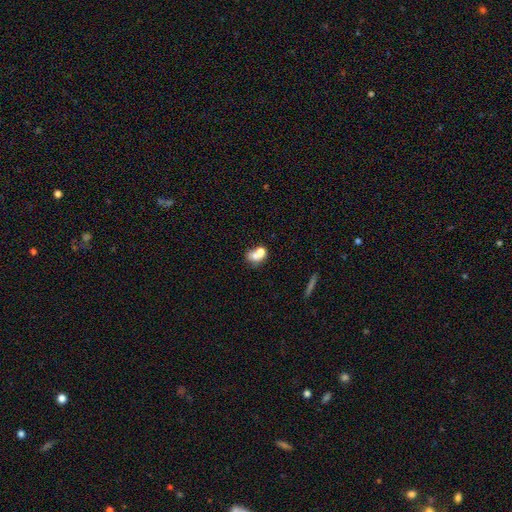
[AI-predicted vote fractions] smooth 65%, featured or disk 24%, star or artifact 11%. Down the decision tree: how rounded — in between (51%); merging — merger (60%).